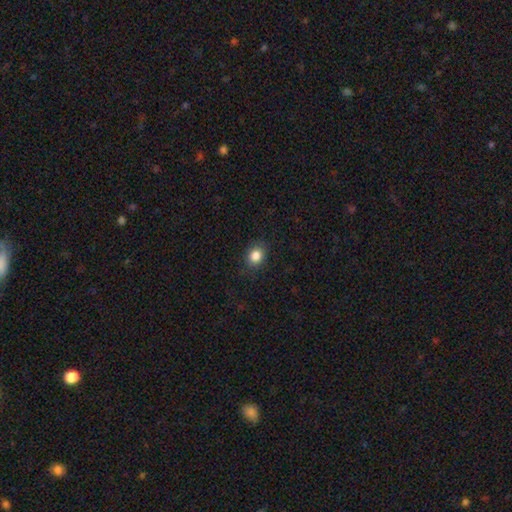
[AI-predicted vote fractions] Morphology: type=smooth (85%); roundness=round (57%); merging=none (86%).